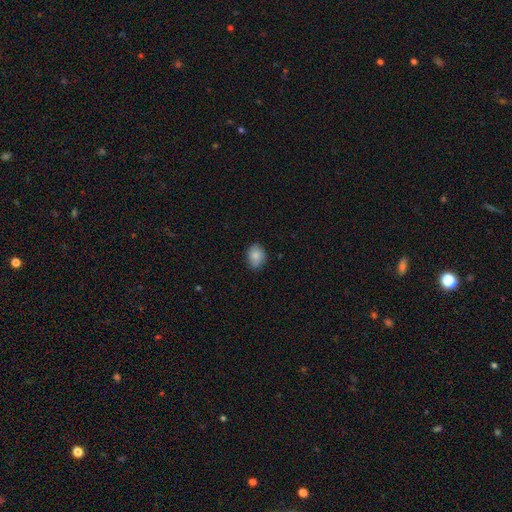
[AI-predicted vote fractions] A smooth galaxy with no disk features (84%) that is in between round and cigar-shaped (55%).

Vote fractions:
- Smooth or featured? smooth: 84% / star or artifact: 8% / featured or disk: 8%
- How rounded? in between: 55% / round: 44% / cigar-shaped: 1%
- Merging? none: 80% / minor disturbance: 16% / major disturbance: 3% / merger: 1%